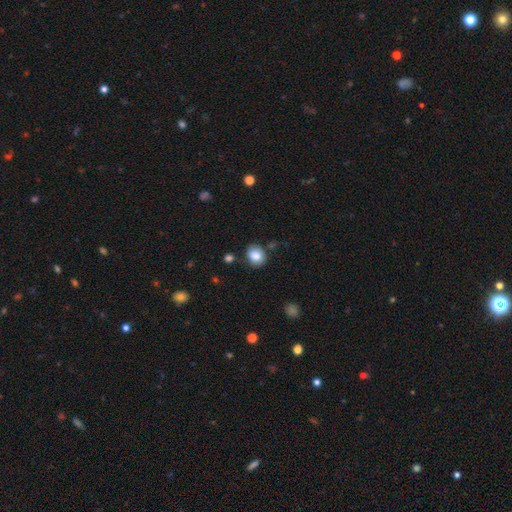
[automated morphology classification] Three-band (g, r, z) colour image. It shows a smooth galaxy with no disk features (85%) that is round (61%). Merging: none (77%).